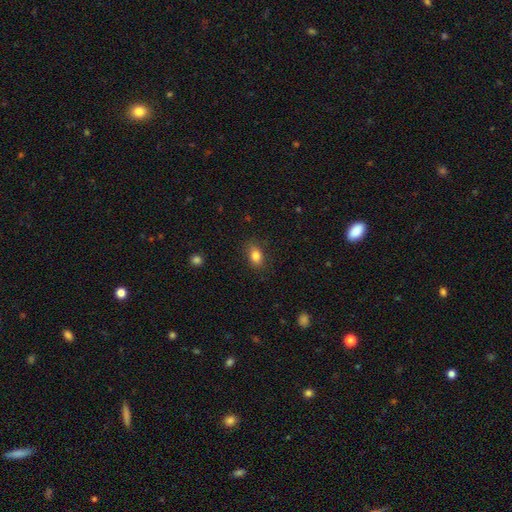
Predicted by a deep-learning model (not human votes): Morphology: type=smooth (84%); roundness=in between (81%); merging=none (84%).